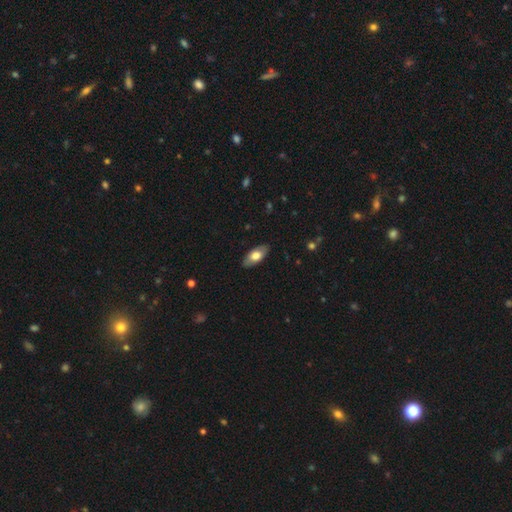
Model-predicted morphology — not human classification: Q: Smooth or featured?
A: smooth (66%); runner-up: featured or disk (29%)
Q: How rounded?
A: in between (90%); runner-up: cigar-shaped (7%)
Q: Merging?
A: none (85%); runner-up: minor disturbance (11%)